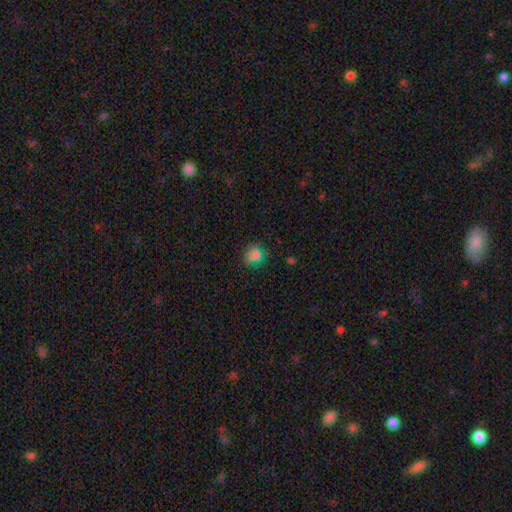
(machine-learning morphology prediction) type=smooth (72%); roundness=round (58%); merging=none (63%).